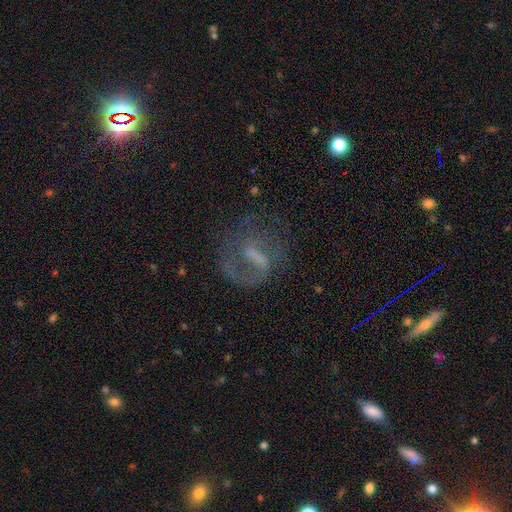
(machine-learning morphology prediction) Smooth or featured?
  - featured or disk: 65% *
  - smooth: 21%
  - star or artifact: 14%
Edge-on disk?
  - no: 93% *
  - yes: 7%
Bar?
  - strong: 43% *
  - weak: 38%
  - no: 20%
Spiral arms?
  - yes: 71% *
  - no: 29%
Bulge size?
  - none: 45% *
  - small: 24%
  - moderate: 22%
  - large: 7%
  - dominant: 2%
Merging?
  - none: 54% *
  - major disturbance: 26%
  - minor disturbance: 17%
  - merger: 3%